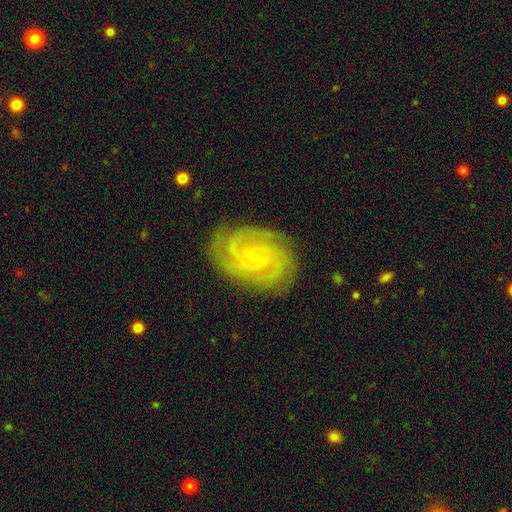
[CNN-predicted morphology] Smooth or featured? featured or disk (81%)
Edge-on disk? no (97%)
Bar? no (71%)
Spiral arms? yes (97%)
Spiral winding? tight (73%)
Spiral arm count? can't tell (26%)
Bulge size? small (83%)
Merging? none (84%)